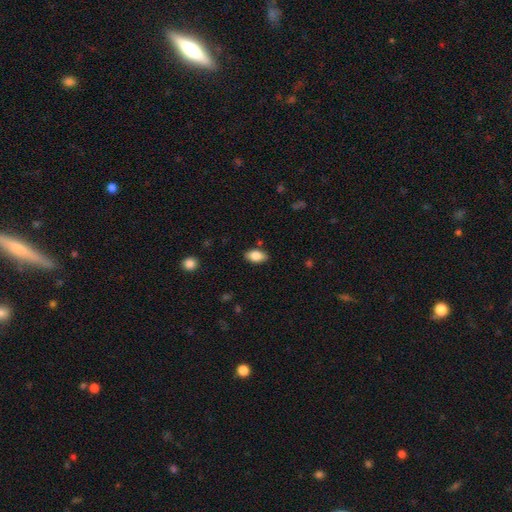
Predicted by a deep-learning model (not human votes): A smooth galaxy with no disk features (81%) that is in between round and cigar-shaped (92%).

Vote fractions:
- Smooth or featured? smooth: 81% / featured or disk: 11% / star or artifact: 7%
- How rounded? in between: 92% / round: 5% / cigar-shaped: 4%
- Merging? none: 85% / minor disturbance: 11% / major disturbance: 2% / merger: 2%